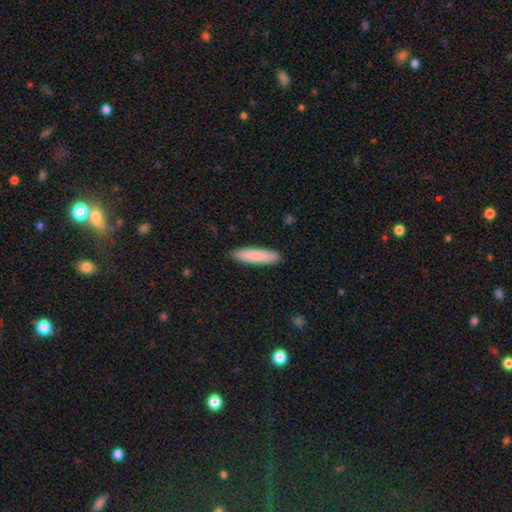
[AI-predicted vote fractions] A smooth galaxy with no disk features (85%) that is cigar-shaped (79%). Merging: none (91%).